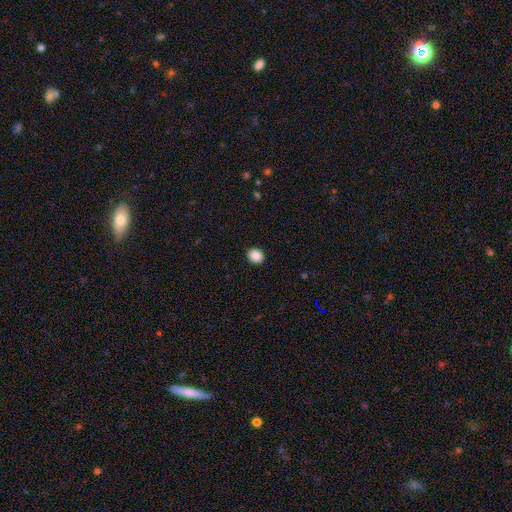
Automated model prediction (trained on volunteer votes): The model was most divided on "how rounded": round: 65%, in between: 34%, cigar-shaped: 1%. More confident: merging — none (92%); smooth or featured — smooth (89%).